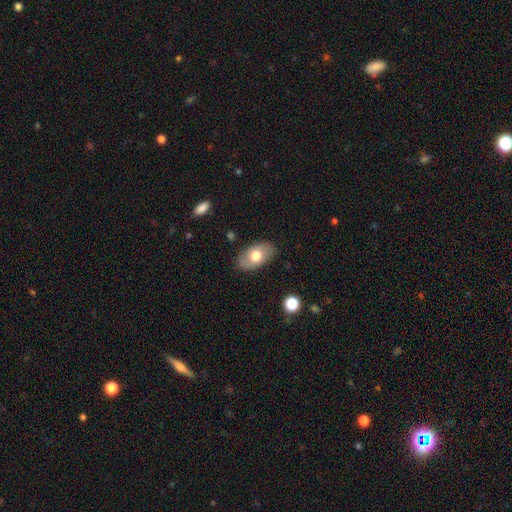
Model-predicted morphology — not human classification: Smooth or featured?
  - smooth: 67% *
  - featured or disk: 27%
  - star or artifact: 6%
How rounded?
  - in between: 93% *
  - round: 6%
  - cigar-shaped: 2%
Merging?
  - none: 84% *
  - minor disturbance: 12%
  - major disturbance: 3%
  - merger: 1%